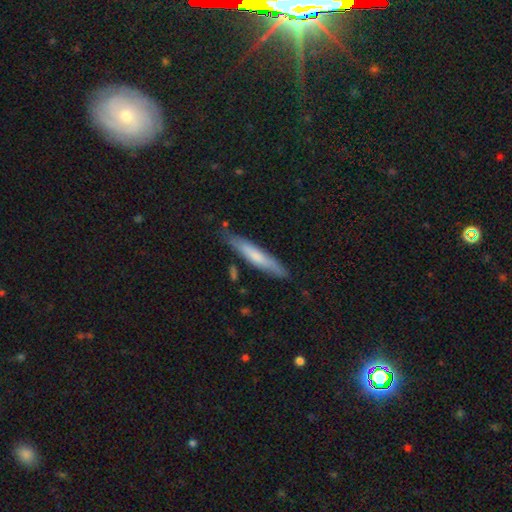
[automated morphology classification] smooth_or_featured: smooth (p=0.63) [alt: featured or disk p=0.31]
how_rounded: cigar-shaped (p=0.91) [alt: in between p=0.08]
merging: none (p=0.81) [alt: minor disturbance p=0.14]